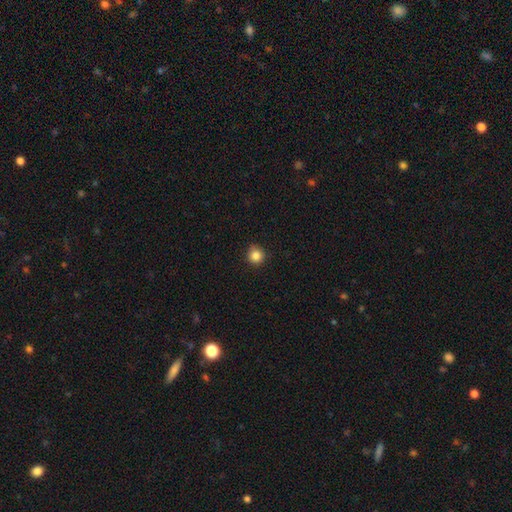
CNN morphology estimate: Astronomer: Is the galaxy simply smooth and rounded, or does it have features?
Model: smooth — 85%.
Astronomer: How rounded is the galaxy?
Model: round — 94%.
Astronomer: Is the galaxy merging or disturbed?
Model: none — 87%.